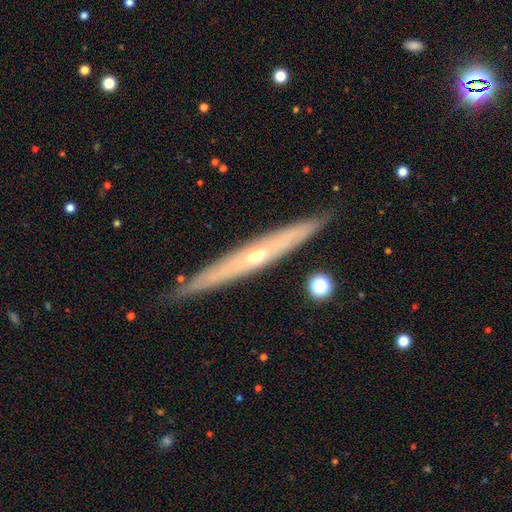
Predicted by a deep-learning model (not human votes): Smooth or featured? Predicted: featured or disk (p=0.74). Edge-on disk? Predicted: yes (p=0.88). Edge-on bulge? Predicted: rounded (p=0.69). Merging? Predicted: none (p=0.85).